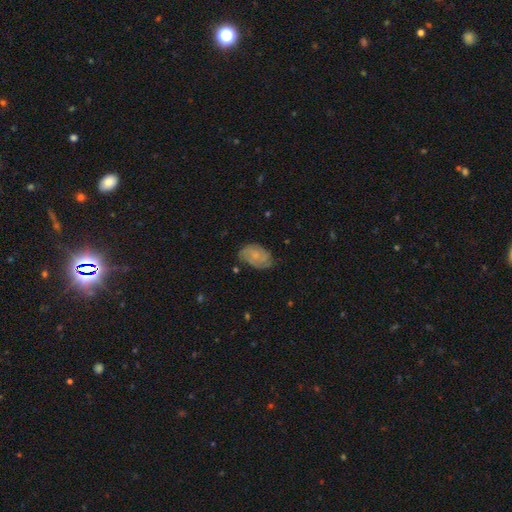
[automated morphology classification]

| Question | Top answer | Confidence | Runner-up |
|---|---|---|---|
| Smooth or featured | featured or disk | 53% | smooth (39%) |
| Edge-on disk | no | 96% | yes (4%) |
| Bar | no | 76% | weak (21%) |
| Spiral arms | yes | 83% | no (17%) |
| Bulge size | small | 64% | moderate (23%) |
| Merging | none | 65% | minor disturbance (26%) |